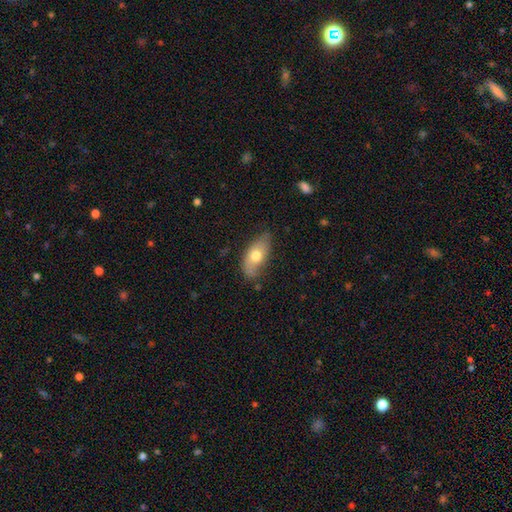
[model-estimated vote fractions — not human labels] This appears to be a smooth galaxy with no disk features (64%) that is in between round and cigar-shaped (87%). Merging: none (67%).